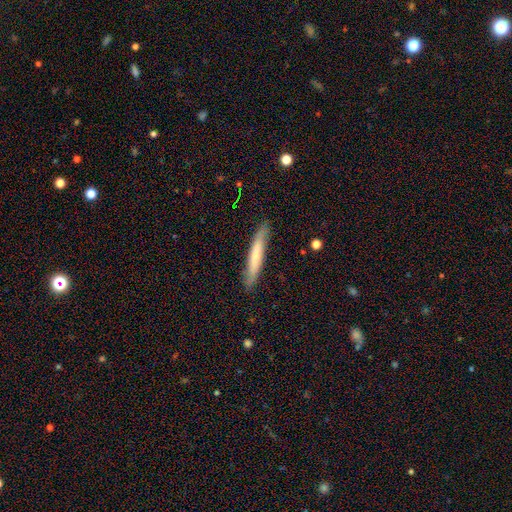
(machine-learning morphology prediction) type=smooth (62%); roundness=cigar-shaped (93%); merging=none (85%).